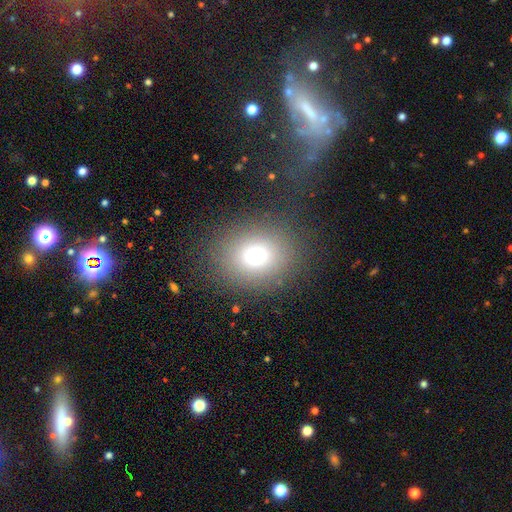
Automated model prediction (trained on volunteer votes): Smooth or featured: smooth — 71% (star or artifact — 17%)
How rounded: round — 67% (in between — 32%)
Merging: none — 83% (minor disturbance — 9%)